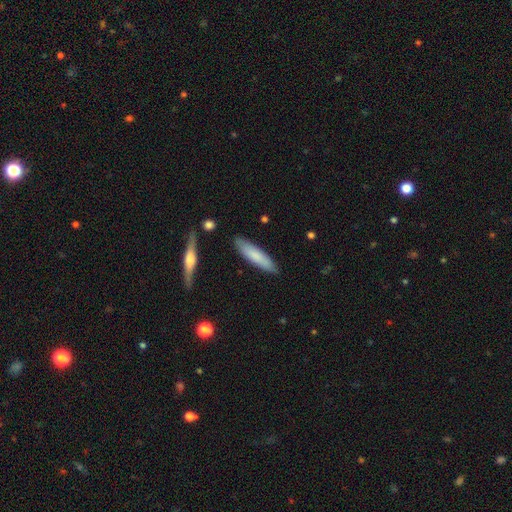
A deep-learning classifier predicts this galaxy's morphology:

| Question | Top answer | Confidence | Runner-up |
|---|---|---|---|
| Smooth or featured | smooth | 75% | featured or disk (19%) |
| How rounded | cigar-shaped | 73% | in between (25%) |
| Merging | none | 85% | minor disturbance (11%) |